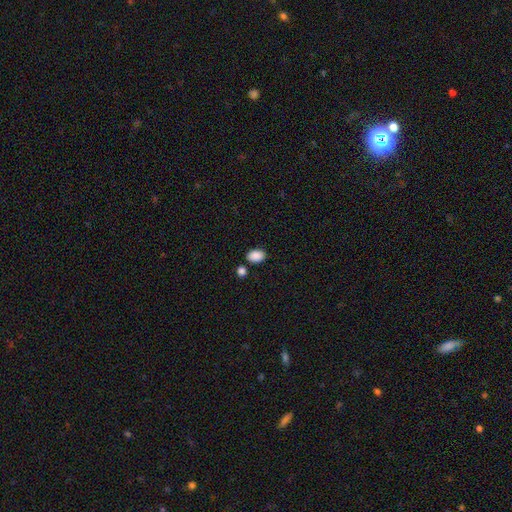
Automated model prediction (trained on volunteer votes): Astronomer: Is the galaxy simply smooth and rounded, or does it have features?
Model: smooth — 89%.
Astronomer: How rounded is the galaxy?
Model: in between — 83%.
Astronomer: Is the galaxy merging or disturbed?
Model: none — 79%.